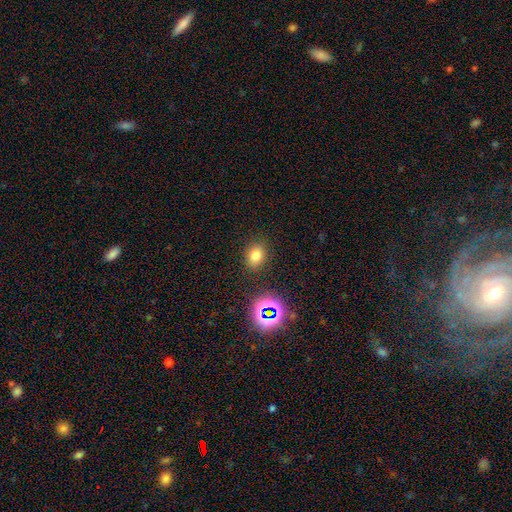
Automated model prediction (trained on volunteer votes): The model was most divided on "how rounded": in between: 58%, round: 41%, cigar-shaped: 1%. More confident: merging — none (85%); smooth or featured — smooth (74%).